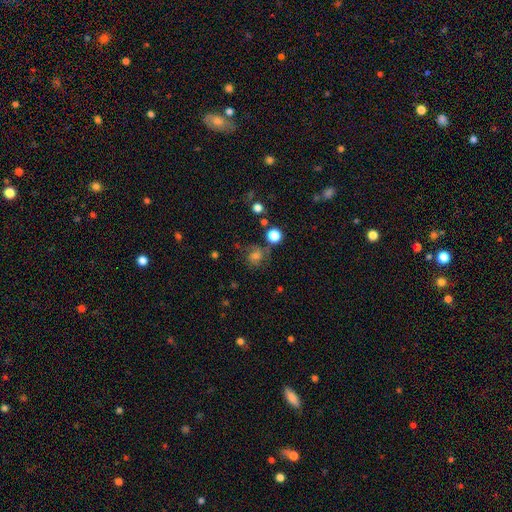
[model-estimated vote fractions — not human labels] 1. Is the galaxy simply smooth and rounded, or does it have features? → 49% smooth, 29% featured or disk, 22% star or artifact.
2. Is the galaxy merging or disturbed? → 63% none, 19% minor disturbance, 12% major disturbance, 7% merger.